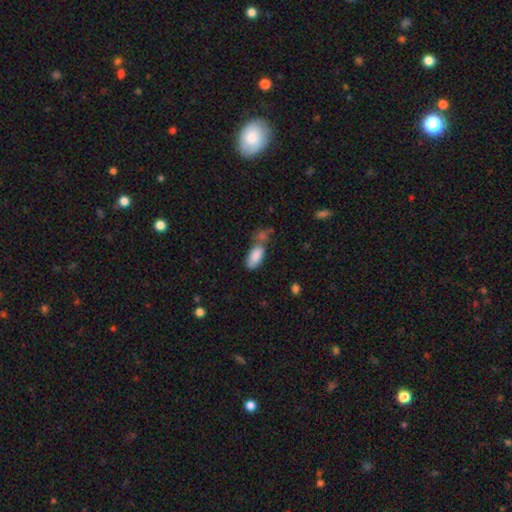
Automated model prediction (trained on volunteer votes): Smooth or featured: smooth — 86% (star or artifact — 7%)
How rounded: in between — 87% (cigar-shaped — 11%)
Merging: none — 45% (merger — 31%)